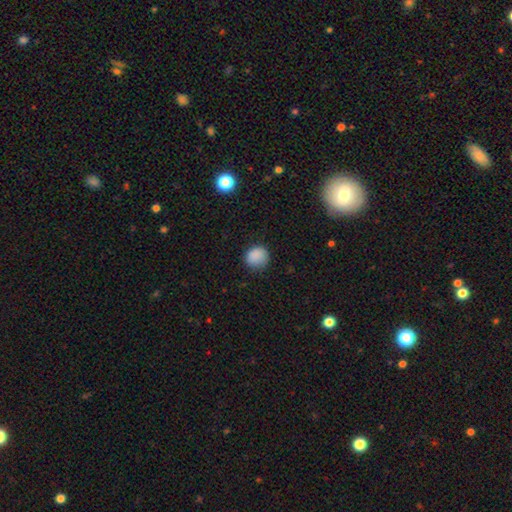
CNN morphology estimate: This appears to be a smooth galaxy with no disk features (86%) that is round (79%). Merging: none (79%).